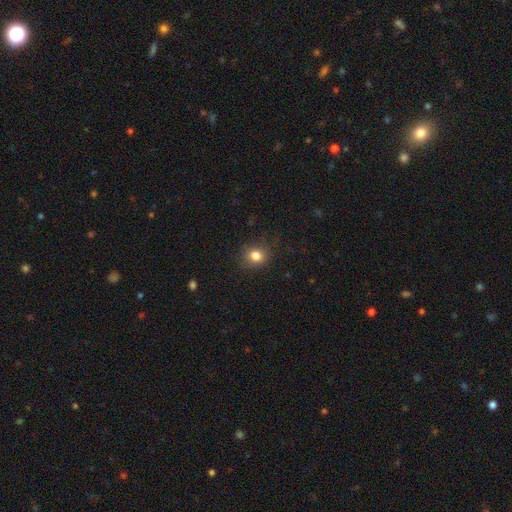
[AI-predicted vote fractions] smooth-or-featured: smooth: 82% | star or artifact: 12% | featured or disk: 6%
  how-rounded: round: 74% | in between: 25% | cigar-shaped: 1%
  merging: none: 83% | minor disturbance: 12% | major disturbance: 4% | merger: 1%